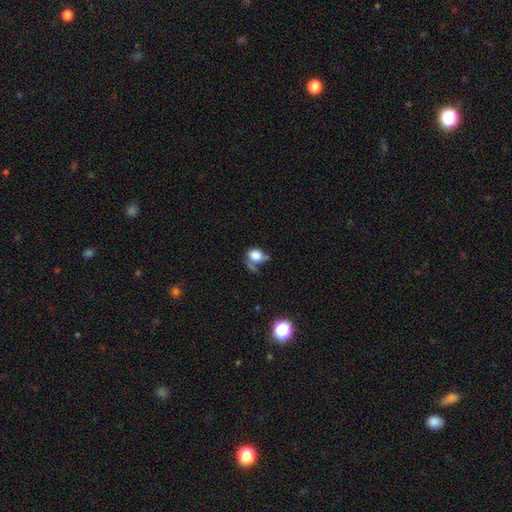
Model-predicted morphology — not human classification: Q: Smooth or featured?
A: smooth (76%); runner-up: featured or disk (13%)
Q: How rounded?
A: round (52%); runner-up: in between (46%)
Q: Merging?
A: none (35%); runner-up: minor disturbance (24%)